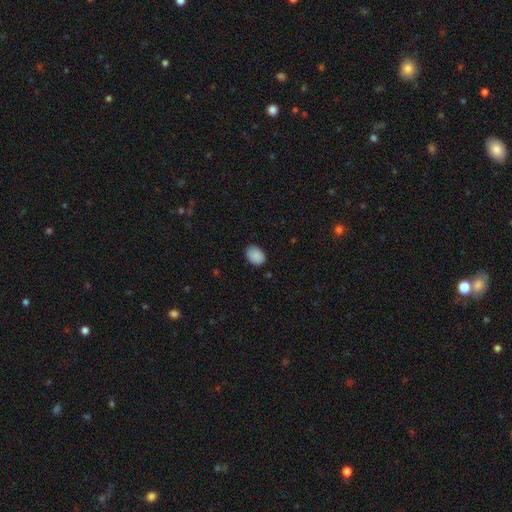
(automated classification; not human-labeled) Overall: smooth (89%). How rounded: in between (77%). Merging: none (82%).